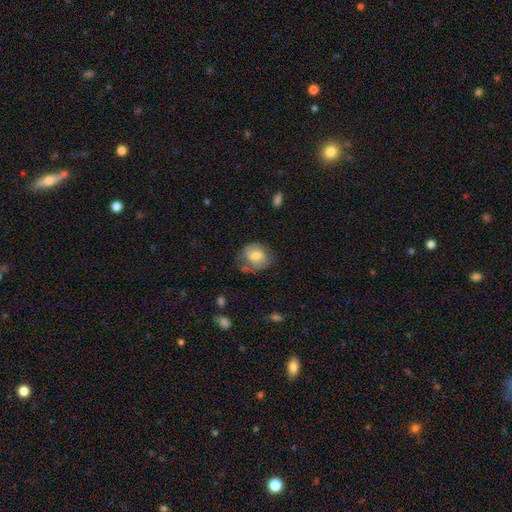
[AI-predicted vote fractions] Smooth or featured?
  - smooth: 62% *
  - featured or disk: 30%
  - star or artifact: 7%
How rounded?
  - round: 62% *
  - in between: 37%
  - cigar-shaped: 1%
Merging?
  - none: 57% *
  - minor disturbance: 28%
  - major disturbance: 12%
  - merger: 3%